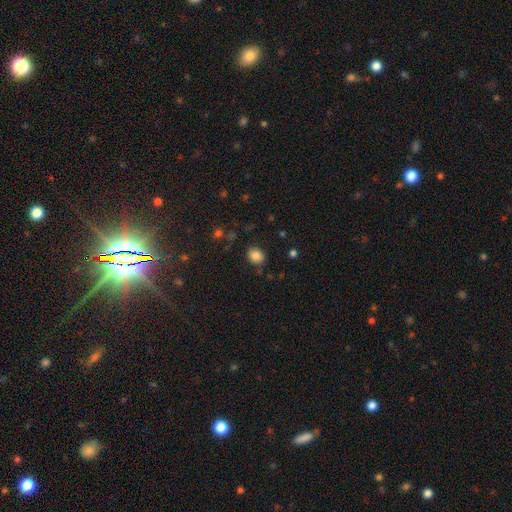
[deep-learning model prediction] A smooth galaxy with no disk features (83%) that is round (55%).

Vote fractions:
- Smooth or featured? smooth: 83% / star or artifact: 10% / featured or disk: 6%
- How rounded? round: 55% / in between: 44% / cigar-shaped: 1%
- Merging? none: 86% / minor disturbance: 10% / major disturbance: 3% / merger: 2%